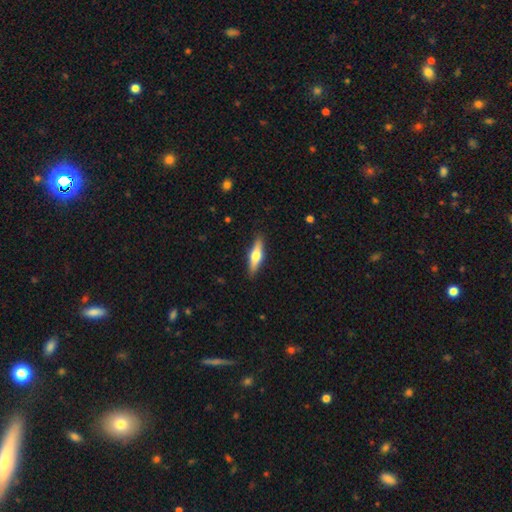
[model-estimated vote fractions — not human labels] featured or disk 48%, smooth 46%, star or artifact 6%. Down the decision tree: merging — none (89%).